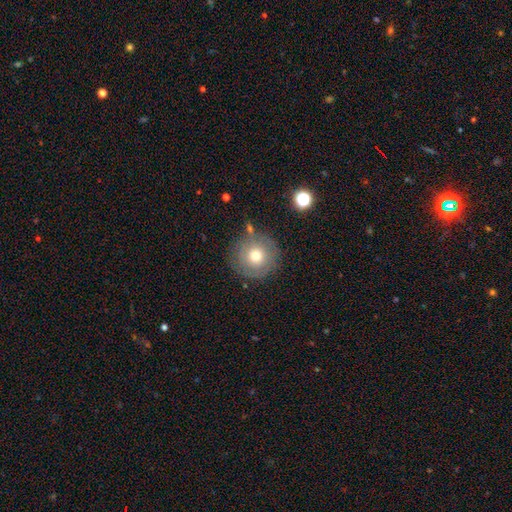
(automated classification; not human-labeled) smooth-or-featured: smooth: 68% | featured or disk: 23% | star or artifact: 9%
  how-rounded: round: 95% | in between: 4% | cigar-shaped: 1%
  merging: none: 78% | minor disturbance: 13% | major disturbance: 5% | merger: 4%